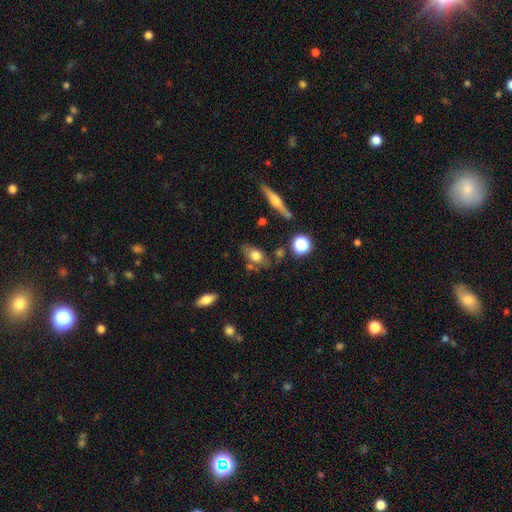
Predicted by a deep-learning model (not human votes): This is likely a smooth galaxy (64%). How rounded: likely in between (77%). Merging: likely none (66%).